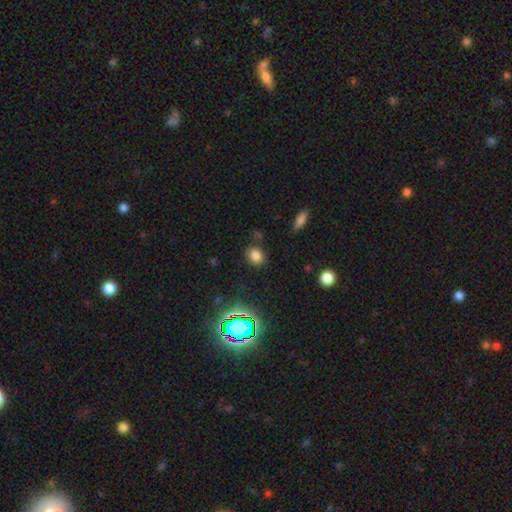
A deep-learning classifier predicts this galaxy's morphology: Smooth or featured?
  - smooth: 75% *
  - star or artifact: 18%
  - featured or disk: 7%
How rounded?
  - round: 60% *
  - in between: 39%
  - cigar-shaped: 1%
Merging?
  - none: 82% *
  - minor disturbance: 12%
  - major disturbance: 4%
  - merger: 3%